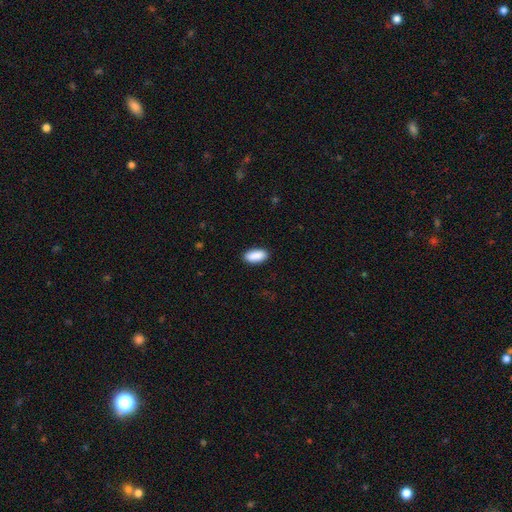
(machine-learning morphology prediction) smooth-or-featured: smooth: 90% | star or artifact: 6% | featured or disk: 3%
  how-rounded: in between: 90% | cigar-shaped: 8% | round: 2%
  merging: none: 89% | minor disturbance: 8% | major disturbance: 2% | merger: 1%